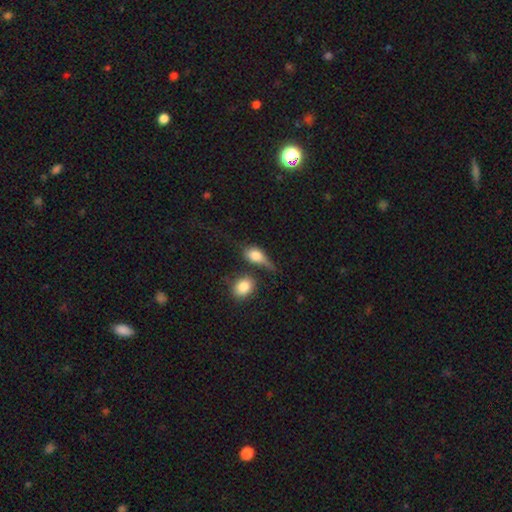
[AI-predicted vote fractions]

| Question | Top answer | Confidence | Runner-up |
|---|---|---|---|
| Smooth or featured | smooth | 73% | featured or disk (18%) |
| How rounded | in between | 68% | round (24%) |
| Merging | none | 34% | minor disturbance (25%) |